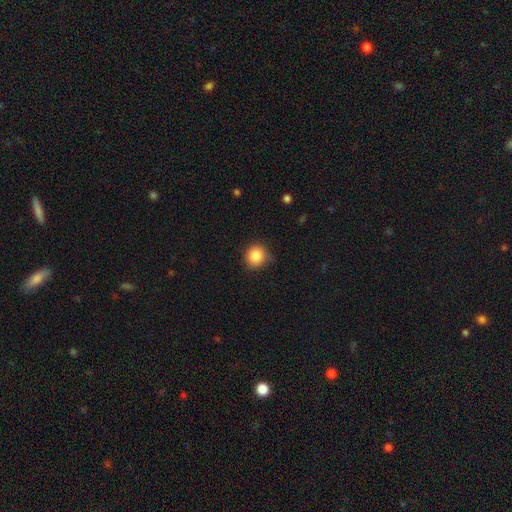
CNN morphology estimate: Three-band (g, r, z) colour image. It shows a smooth galaxy with no disk features (86%) that is round (89%). Merging: none (78%).